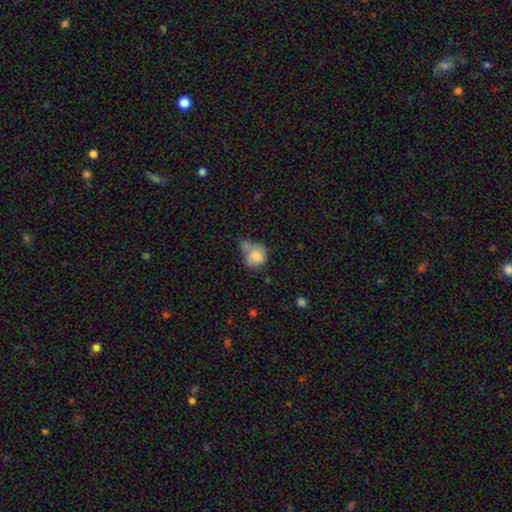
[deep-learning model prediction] Smooth or featured?
  - smooth: 79% *
  - featured or disk: 14%
  - star or artifact: 8%
How rounded?
  - round: 69% *
  - in between: 30%
  - cigar-shaped: 1%
Merging?
  - merger: 38% *
  - none: 30%
  - minor disturbance: 21%
  - major disturbance: 11%